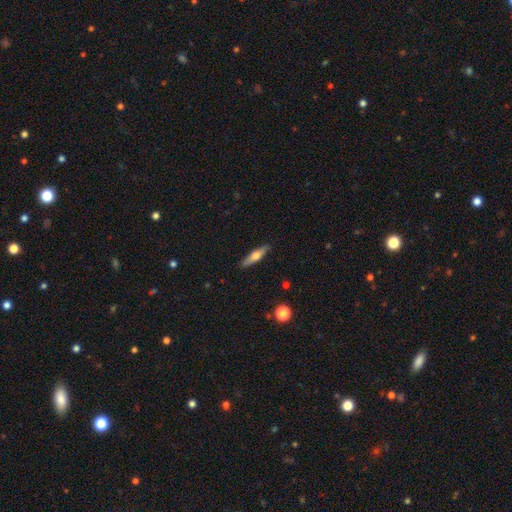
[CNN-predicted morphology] This appears to be a featured or disk galaxy (51%) viewed edge-on (94%). Merging: none (90%).